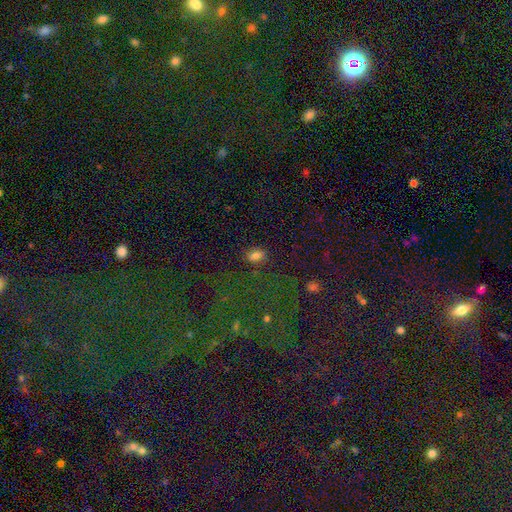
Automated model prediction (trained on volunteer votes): Smooth or featured: smooth — 76% (star or artifact — 17%)
How rounded: in between — 85% (round — 13%)
Merging: none — 82% (minor disturbance — 12%)